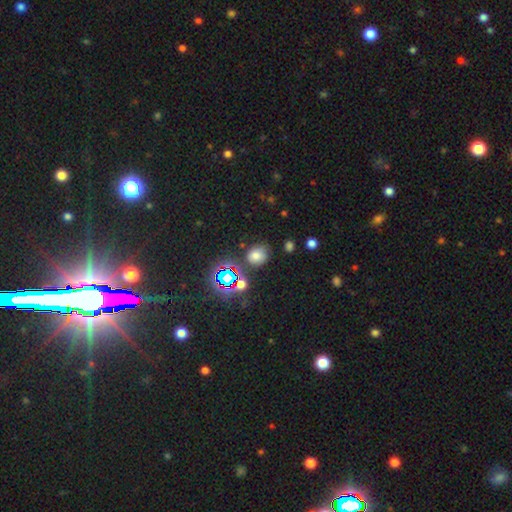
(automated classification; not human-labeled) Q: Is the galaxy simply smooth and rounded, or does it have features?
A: smooth — 64%.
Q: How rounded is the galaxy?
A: round — 57%.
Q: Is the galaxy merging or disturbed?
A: none — 72%.